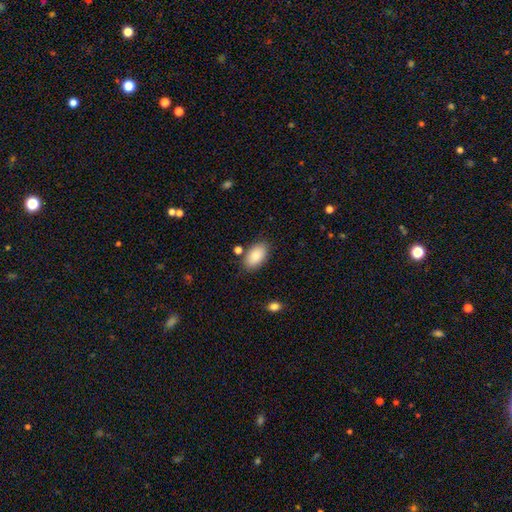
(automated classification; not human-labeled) smooth_or_featured: smooth (p=0.85) [alt: featured or disk p=0.08]
how_rounded: in between (p=0.94) [alt: round p=0.04]
merging: none (p=0.81) [alt: minor disturbance p=0.12]